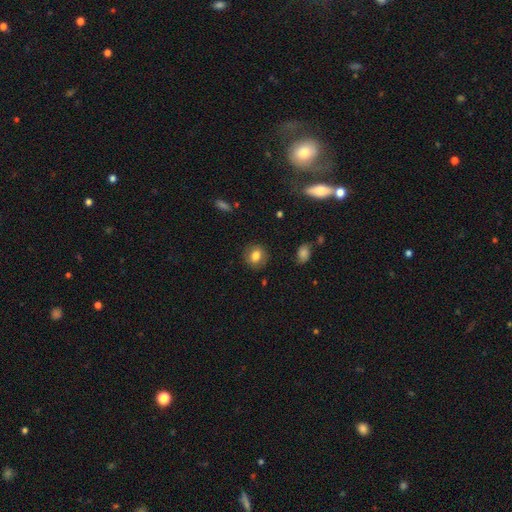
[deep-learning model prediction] smooth 78%, featured or disk 13%, star or artifact 9%. Down the decision tree: how rounded — round (74%); merging — none (85%).